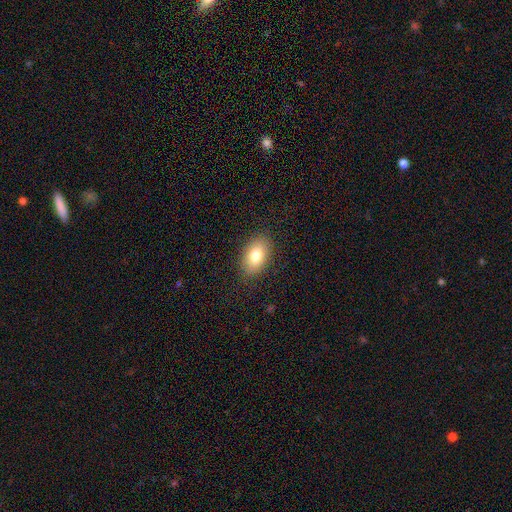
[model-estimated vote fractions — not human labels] Q: Smooth or featured?
A: smooth (80%); runner-up: featured or disk (12%)
Q: How rounded?
A: in between (89%); runner-up: round (9%)
Q: Merging?
A: none (87%); runner-up: minor disturbance (9%)